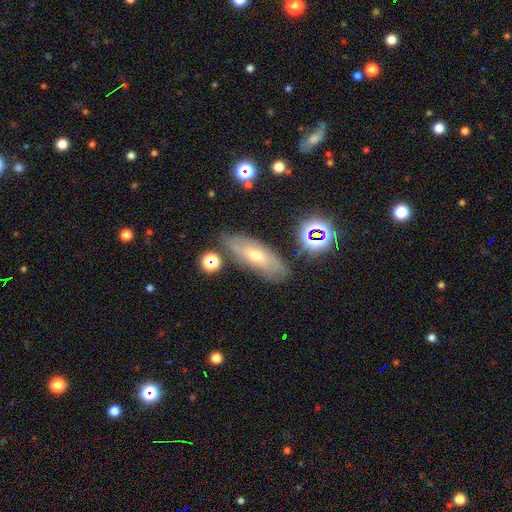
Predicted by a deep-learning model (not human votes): Smooth or featured? Predicted: featured or disk (p=0.46). Merging? Predicted: none (p=0.77).